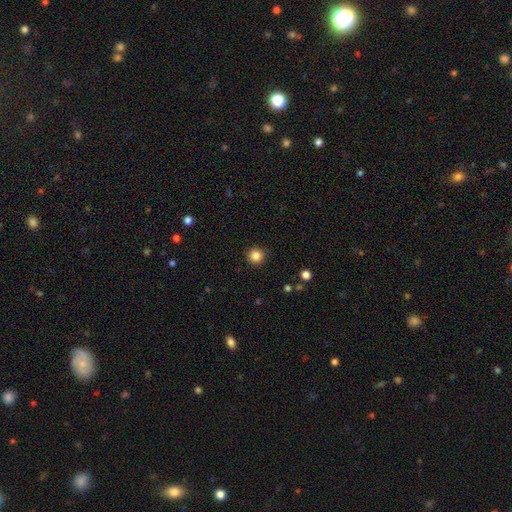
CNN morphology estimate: Overall: smooth (84%). How rounded: round (95%). Merging: none (91%).